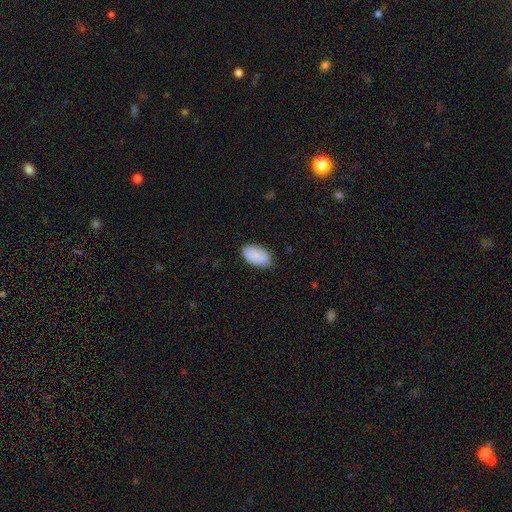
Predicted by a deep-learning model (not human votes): The model was most divided on "merging": none: 78%, minor disturbance: 17%, major disturbance: 3%, merger: 1%. More confident: how rounded — in between (94%); smooth or featured — smooth (84%).